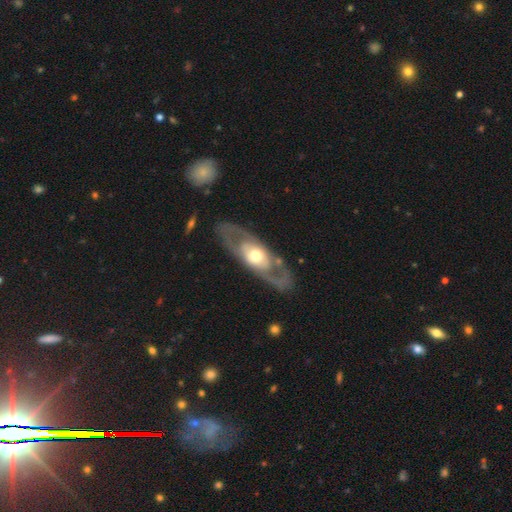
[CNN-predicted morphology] smooth-or-featured: featured or disk: 70% | smooth: 26% | star or artifact: 4%
  disk-edge-on: no: 82% | yes: 18%
    bar: no: 82% | weak: 13% | strong: 5%
    has-spiral-arms: no: 66% | yes: 34%
    bulge-size: moderate: 63% | large: 25% | small: 9% | dominant: 2% | none: 1%
  merging: none: 79% | minor disturbance: 12% | major disturbance: 7% | merger: 2%